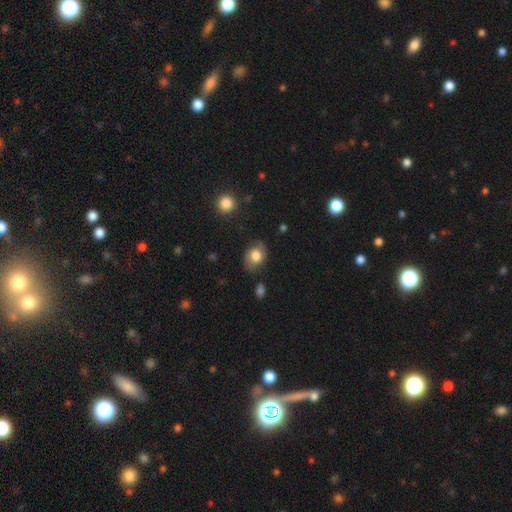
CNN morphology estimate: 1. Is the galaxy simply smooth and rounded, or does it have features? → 60% smooth, 32% featured or disk, 8% star or artifact.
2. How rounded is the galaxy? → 61% in between, 37% round, 1% cigar-shaped.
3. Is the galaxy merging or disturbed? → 73% none, 19% minor disturbance, 6% major disturbance, 2% merger.